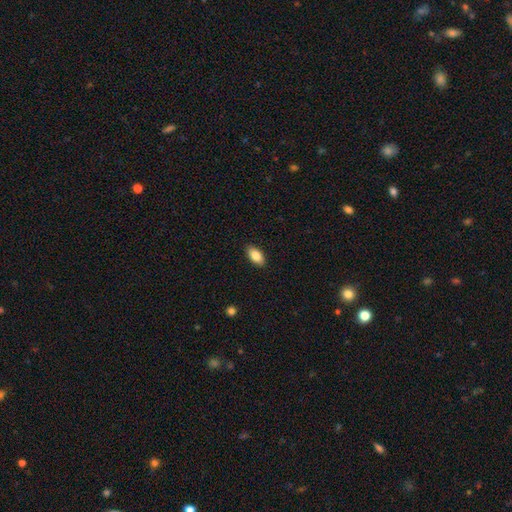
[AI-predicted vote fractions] smooth_or_featured: smooth (p=0.86) [alt: star or artifact p=0.07]
how_rounded: in between (p=0.93) [alt: cigar-shaped p=0.04]
merging: none (p=0.89) [alt: minor disturbance p=0.08]